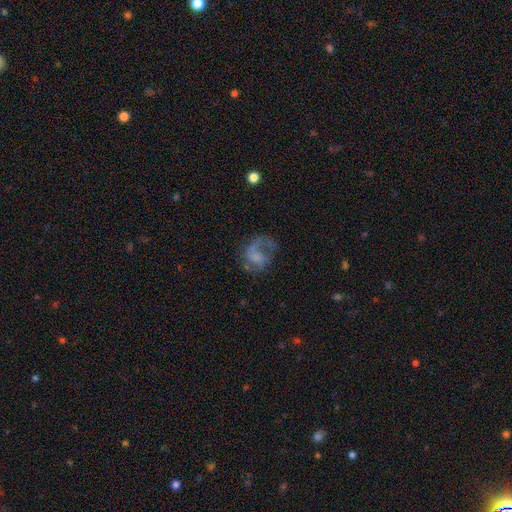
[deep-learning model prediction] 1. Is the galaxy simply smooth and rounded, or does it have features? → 62% featured or disk, 28% smooth, 10% star or artifact.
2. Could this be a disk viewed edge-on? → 98% no, 2% yes.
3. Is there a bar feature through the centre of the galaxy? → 59% no, 34% weak, 7% strong.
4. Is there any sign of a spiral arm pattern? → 78% yes, 22% no.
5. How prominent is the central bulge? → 50% none, 23% small, 18% moderate, 7% large, 2% dominant.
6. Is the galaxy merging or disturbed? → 41% none, 36% major disturbance, 20% minor disturbance, 3% merger.